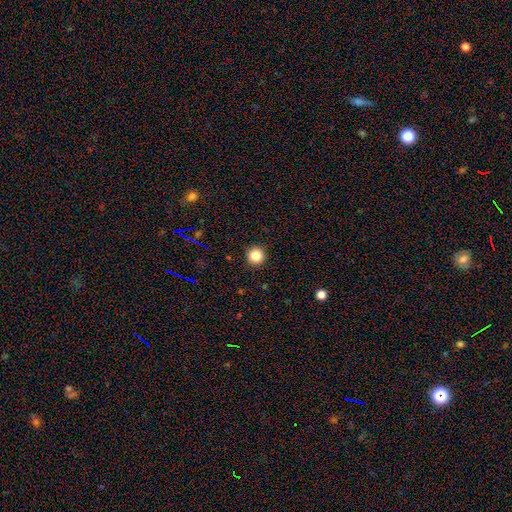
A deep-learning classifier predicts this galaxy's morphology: Smooth or featured?
  - smooth: 85% *
  - star or artifact: 11%
  - featured or disk: 4%
How rounded?
  - round: 94% *
  - in between: 5%
  - cigar-shaped: 1%
Merging?
  - none: 92% *
  - minor disturbance: 5%
  - major disturbance: 2%
  - merger: 1%